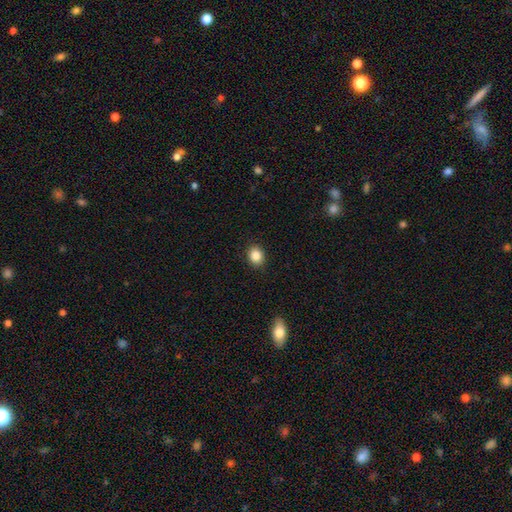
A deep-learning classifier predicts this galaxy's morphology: This is clearly a smooth galaxy (85%). How rounded: possibly round (57%). Merging: clearly none (90%).